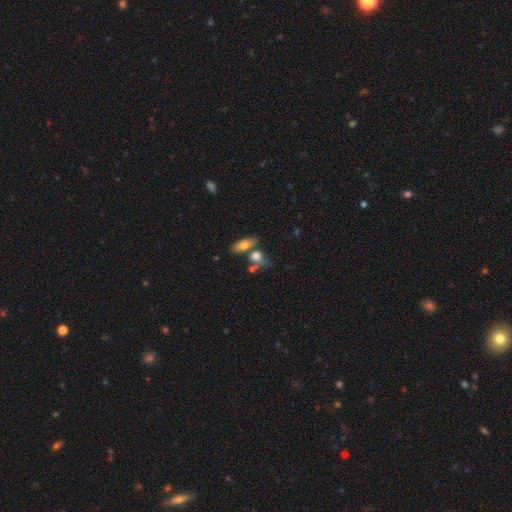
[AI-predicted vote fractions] A smooth galaxy with no disk features (74%) that is in between round and cigar-shaped (64%). Merging: none (47%).